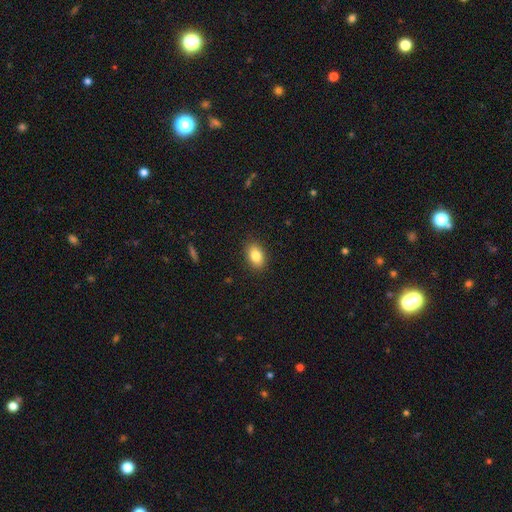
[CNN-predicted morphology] Smooth or featured?
  - smooth: 85% *
  - star or artifact: 8%
  - featured or disk: 7%
How rounded?
  - in between: 86% *
  - round: 12%
  - cigar-shaped: 2%
Merging?
  - none: 89% *
  - minor disturbance: 8%
  - major disturbance: 2%
  - merger: 1%